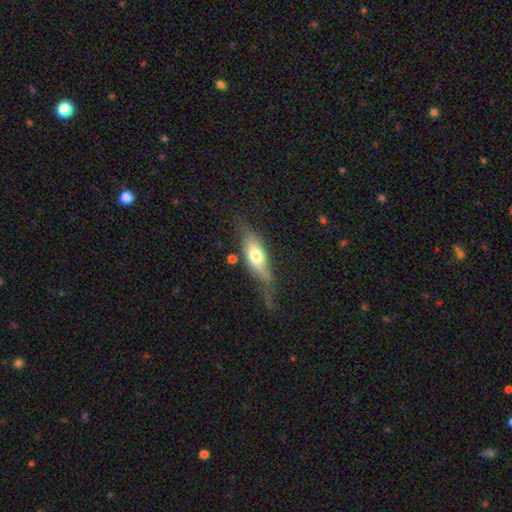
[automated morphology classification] Q: Smooth or featured?
A: smooth (54%); runner-up: featured or disk (39%)
Q: How rounded?
A: in between (62%); runner-up: cigar-shaped (34%)
Q: Merging?
A: none (45%); runner-up: minor disturbance (31%)